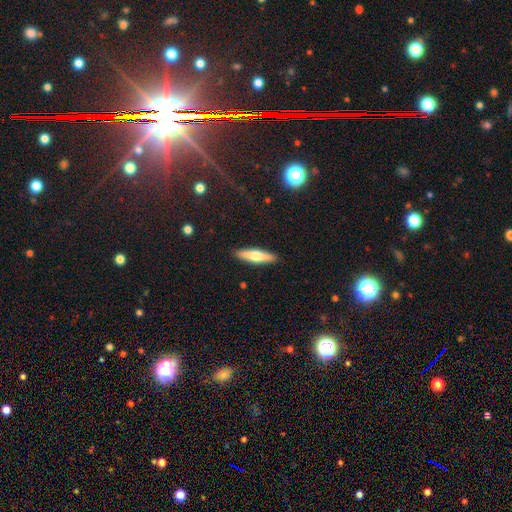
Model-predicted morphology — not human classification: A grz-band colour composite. It shows a smooth galaxy with no disk features (60%) that is cigar-shaped (75%). Merging: none (90%).